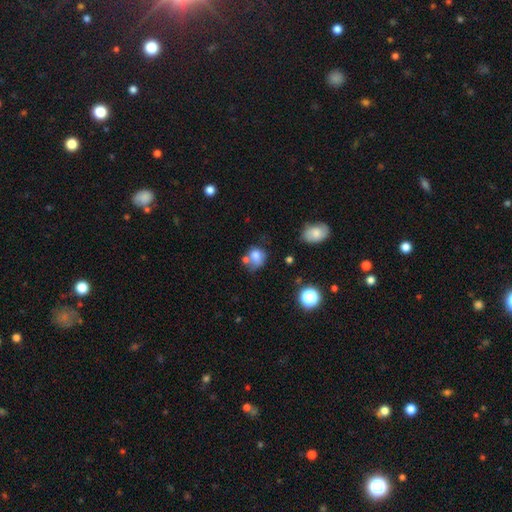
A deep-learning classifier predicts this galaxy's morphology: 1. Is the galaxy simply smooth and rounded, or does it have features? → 73% smooth, 15% featured or disk, 12% star or artifact.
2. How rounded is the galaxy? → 60% round, 39% in between, 1% cigar-shaped.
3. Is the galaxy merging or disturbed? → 39% none, 25% merger, 24% minor disturbance, 12% major disturbance.